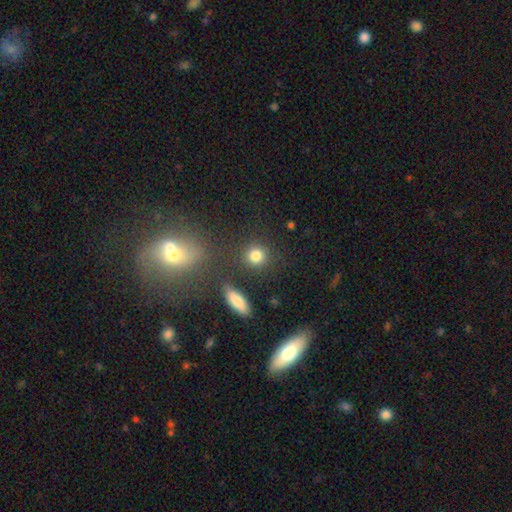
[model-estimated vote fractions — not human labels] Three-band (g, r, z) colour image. It shows a smooth galaxy with no disk features (82%) that is round (86%). Merging: none (83%).